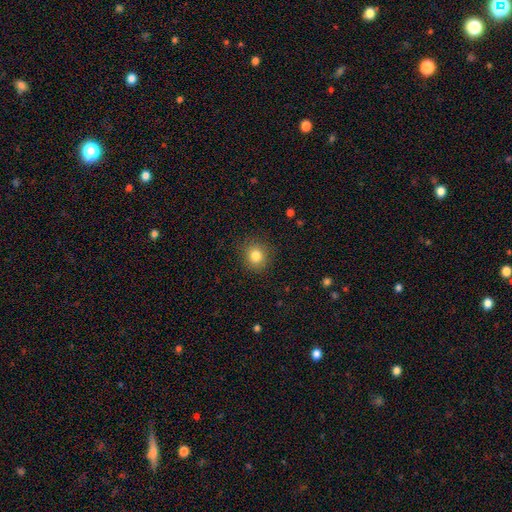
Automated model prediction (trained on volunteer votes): A smooth galaxy with no disk features (82%) that is round (86%).

Vote fractions:
- Smooth or featured? smooth: 82% / star or artifact: 11% / featured or disk: 7%
- How rounded? round: 86% / in between: 13% / cigar-shaped: 1%
- Merging? none: 88% / minor disturbance: 8% / major disturbance: 3% / merger: 1%